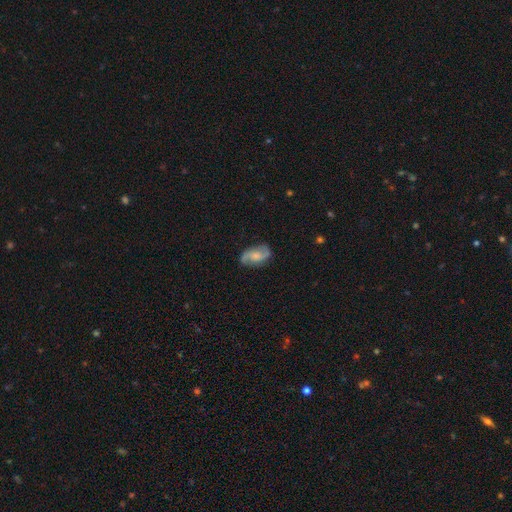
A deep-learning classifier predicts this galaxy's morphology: A featured or disk galaxy (71%) with no bar (53%), 2 (91%) loose (47%) spiral arms (94%) and a moderate central bulge (39%).

Vote fractions:
- Smooth or featured? featured or disk: 71% / smooth: 22% / star or artifact: 7%
- Edge-on disk? no: 96% / yes: 4%
- Bar? no: 53% / weak: 38% / strong: 9%
- Spiral arms? yes: 94% / no: 6%
- Spiral winding? loose: 47% / medium: 39% / tight: 13%
- Spiral arm count? 2: 91% / can't tell: 4% / 1: 2% / 3: 1% / 4: 1% / more than 4: 1%
- Bulge size? moderate: 39% / small: 34% / none: 17% / large: 9% / dominant: 2%
- Merging? none: 79% / minor disturbance: 15% / major disturbance: 5% / merger: 1%